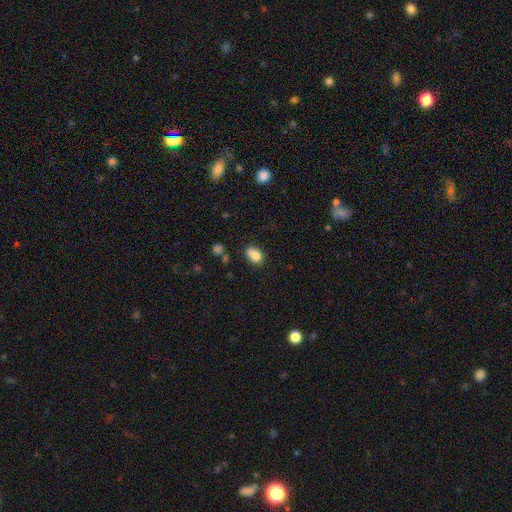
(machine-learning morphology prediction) smooth 76%, featured or disk 13%, star or artifact 11%. Down the decision tree: how rounded — in between (55%); merging — none (43%).